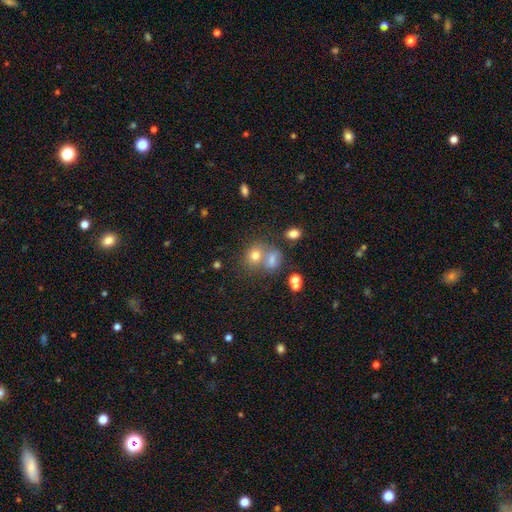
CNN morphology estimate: This appears to be a smooth galaxy with no disk features (70%) that is round (66%). Merging: merger (43%).